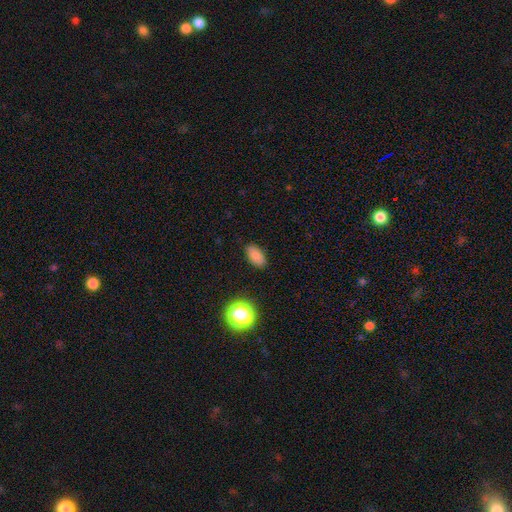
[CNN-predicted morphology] Smooth or featured? Predicted: smooth (p=0.82). How rounded? Predicted: in between (p=0.90). Merging? Predicted: none (p=0.86).